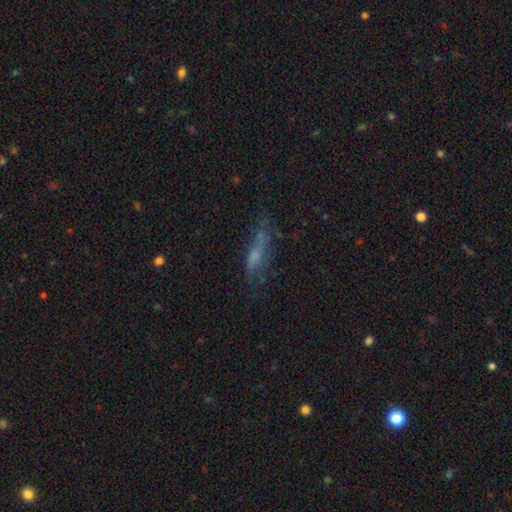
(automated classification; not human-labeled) Smooth or featured?
  - smooth: 51% *
  - featured or disk: 35%
  - star or artifact: 14%
How rounded?
  - cigar-shaped: 51% *
  - in between: 45%
  - round: 3%
Merging?
  - none: 46% *
  - minor disturbance: 26%
  - major disturbance: 24%
  - merger: 4%